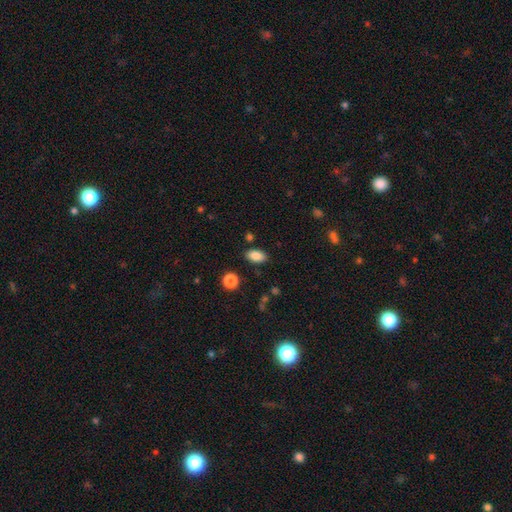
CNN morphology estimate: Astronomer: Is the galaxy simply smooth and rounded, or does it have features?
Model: smooth — 86%.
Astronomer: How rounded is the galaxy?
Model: in between — 91%.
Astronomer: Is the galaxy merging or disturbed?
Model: none — 85%.